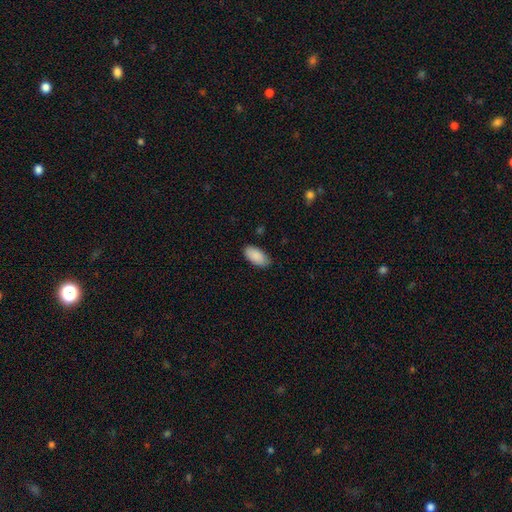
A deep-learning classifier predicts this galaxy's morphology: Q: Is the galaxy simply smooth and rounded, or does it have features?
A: smooth — 90%.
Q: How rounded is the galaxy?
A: in between — 95%.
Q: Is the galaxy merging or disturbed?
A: none — 81%.